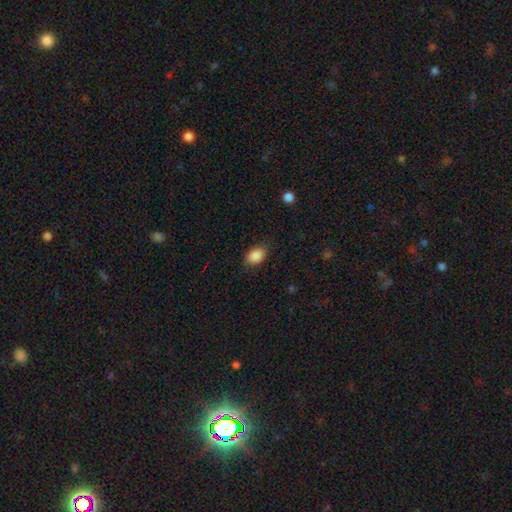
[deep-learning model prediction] smooth 88%, star or artifact 8%, featured or disk 4%. Down the decision tree: how rounded — in between (76%); merging — none (82%).